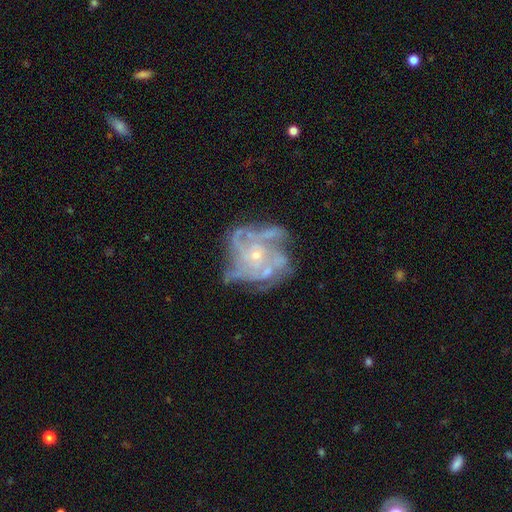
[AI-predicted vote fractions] Smooth or featured?
  - featured or disk: 84% *
  - star or artifact: 9%
  - smooth: 8%
Edge-on disk?
  - no: 98% *
  - yes: 2%
Bar?
  - no: 80% *
  - weak: 16%
  - strong: 4%
Spiral arms?
  - yes: 86% *
  - no: 14%
Spiral winding?
  - tight: 51% *
  - medium: 36%
  - loose: 12%
Spiral arm count?
  - can't tell: 30% *
  - 4: 27%
  - 3: 17%
  - more than 4: 12%
  - 2: 8%
  - 1: 6%
Bulge size?
  - small: 77% *
  - moderate: 17%
  - none: 3%
  - large: 1%
  - dominant: 1%
Merging?
  - none: 49% *
  - minor disturbance: 22%
  - major disturbance: 21%
  - merger: 8%